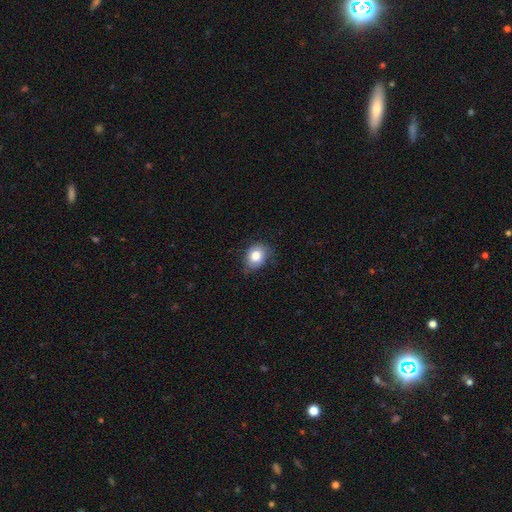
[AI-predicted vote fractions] Overall: smooth (82%). How rounded: in between (50%; round 49%). Merging: none (71%).